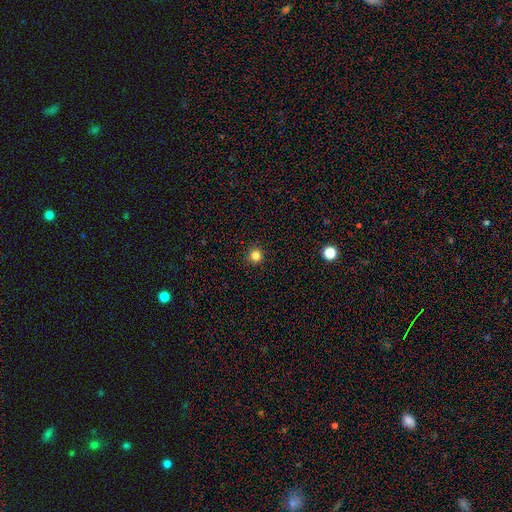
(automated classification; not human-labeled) Smooth or featured: smooth — 82% (star or artifact — 14%)
How rounded: round — 95% (in between — 4%)
Merging: none — 93% (minor disturbance — 5%)